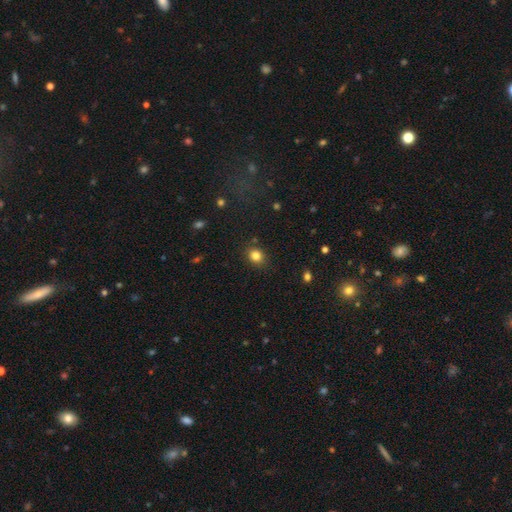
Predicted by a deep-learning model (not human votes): smooth-or-featured: smooth: 83% | star or artifact: 12% | featured or disk: 6%
  how-rounded: round: 62% | in between: 38% | cigar-shaped: 1%
  merging: none: 84% | minor disturbance: 11% | major disturbance: 3% | merger: 2%